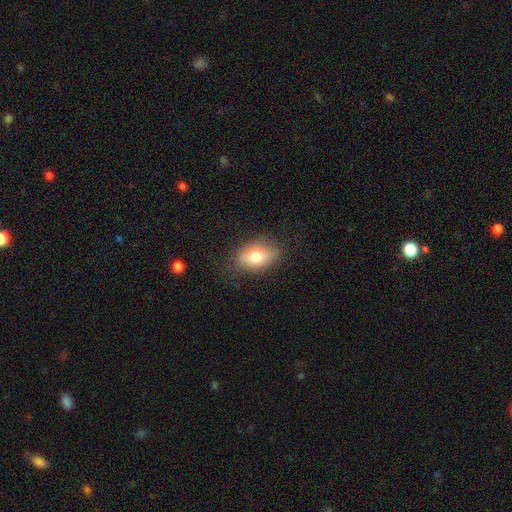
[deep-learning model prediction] smooth 76%, featured or disk 16%, star or artifact 8%. Down the decision tree: how rounded — in between (85%); merging — none (78%).